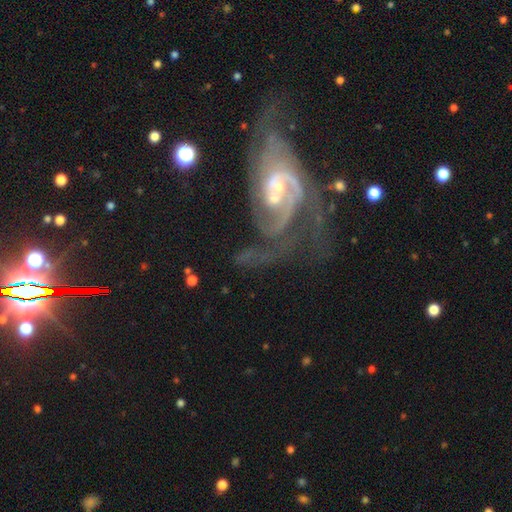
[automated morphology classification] Smooth or featured? featured or disk (87%)
Edge-on disk? no (96%)
Bar? no (52%)
Spiral arms? yes (95%)
Spiral winding? medium (44%)
Spiral arm count? 2 (53%)
Bulge size? small (60%)
Merging? none (42%)